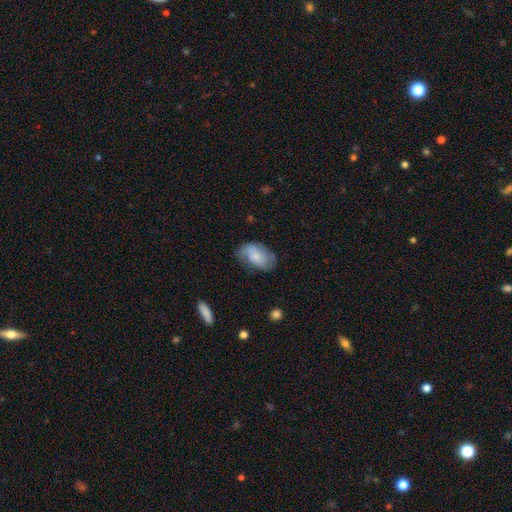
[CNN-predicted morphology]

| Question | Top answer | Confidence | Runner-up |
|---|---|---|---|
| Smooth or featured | smooth | 66% | featured or disk (27%) |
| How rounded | in between | 91% | round (8%) |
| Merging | none | 60% | minor disturbance (27%) |